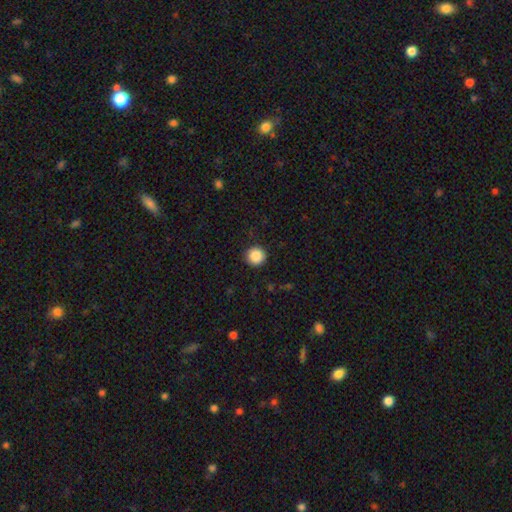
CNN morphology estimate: Smooth or featured: smooth — 88% (star or artifact — 9%)
How rounded: round — 95% (in between — 4%)
Merging: none — 92% (minor disturbance — 6%)